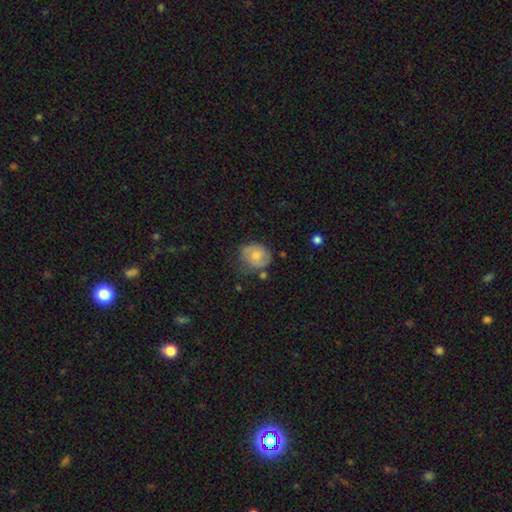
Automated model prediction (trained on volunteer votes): Overall: smooth (58%; featured or disk 34%). How rounded: round (65%; in between 34%). Merging: none (61%; minor disturbance 26%).